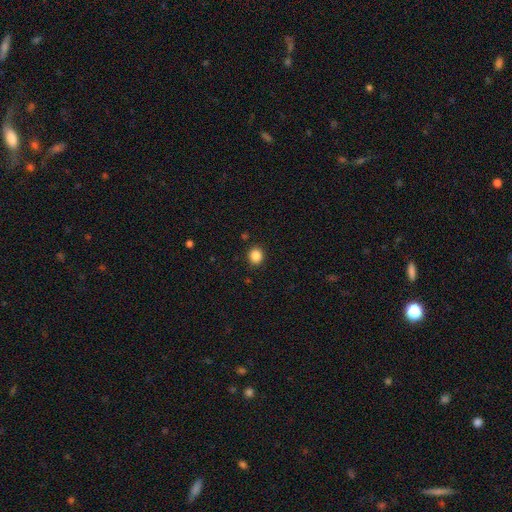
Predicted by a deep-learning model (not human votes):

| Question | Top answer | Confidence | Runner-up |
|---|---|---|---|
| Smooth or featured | smooth | 86% | star or artifact (10%) |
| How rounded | round | 75% | in between (24%) |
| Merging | none | 91% | minor disturbance (6%) |